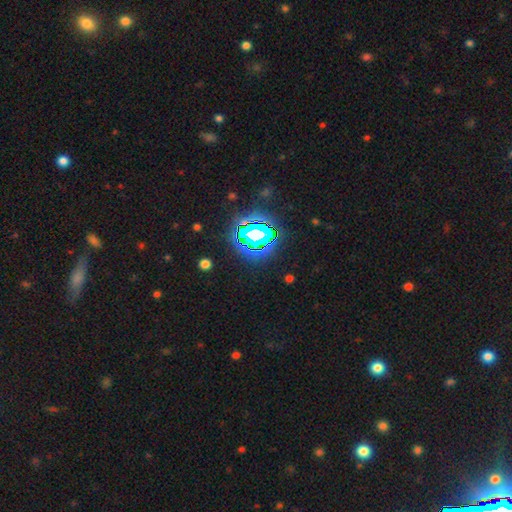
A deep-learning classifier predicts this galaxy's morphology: star or artifact 81%, smooth 12%, featured or disk 8%.